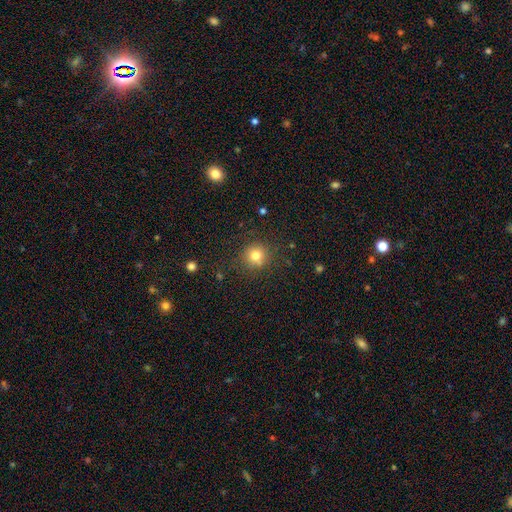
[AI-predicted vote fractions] This is likely a smooth galaxy (78%). How rounded: clearly round (92%). Merging: clearly none (84%).